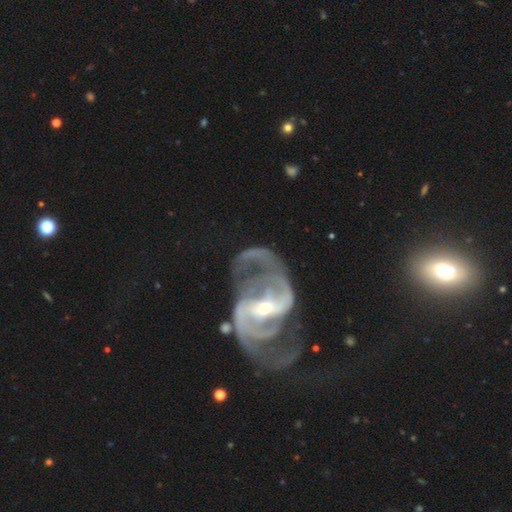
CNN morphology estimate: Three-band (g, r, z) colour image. It shows a featured or disk galaxy (90%) with a strong bar (50%), 2 (81%) medium (48%) spiral arms (93%) and a small central bulge (70%). Merging: none (38%).